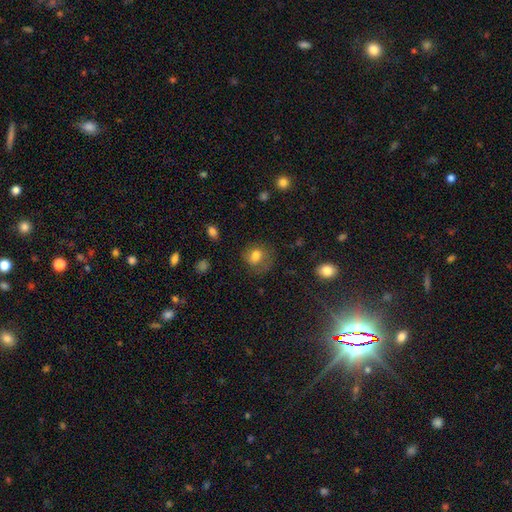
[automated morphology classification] Smooth or featured? smooth (74%)
How rounded? round (58%)
Merging? none (56%)